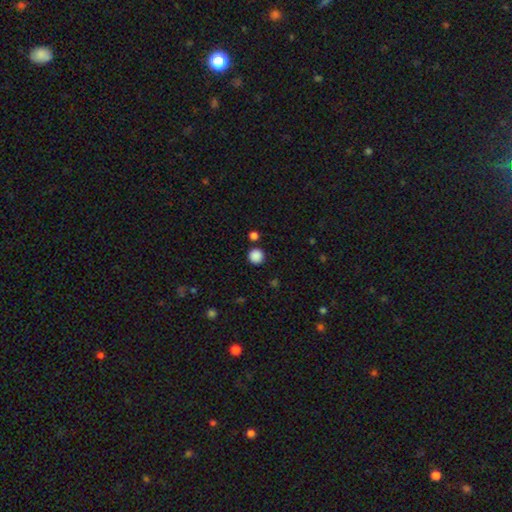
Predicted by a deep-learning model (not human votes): A smooth galaxy with no disk features (87%) that is round (95%).

Vote fractions:
- Smooth or featured? smooth: 87% / star or artifact: 11% / featured or disk: 3%
- How rounded? round: 95% / in between: 4% / cigar-shaped: 1%
- Merging? none: 87% / minor disturbance: 6% / merger: 5% / major disturbance: 2%